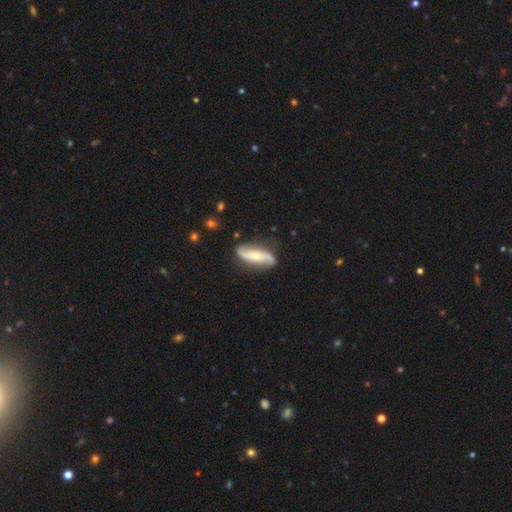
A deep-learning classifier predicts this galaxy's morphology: Overall: featured or disk (78%). Edge-on disk: no (88%). Bar: no (48%; strong 27%). Spiral arms: yes (93%). Spiral arm count: 2 (92%). Spiral winding: loose (69%). Bulge size: small (47%; moderate 46%). Merging: none (80%).